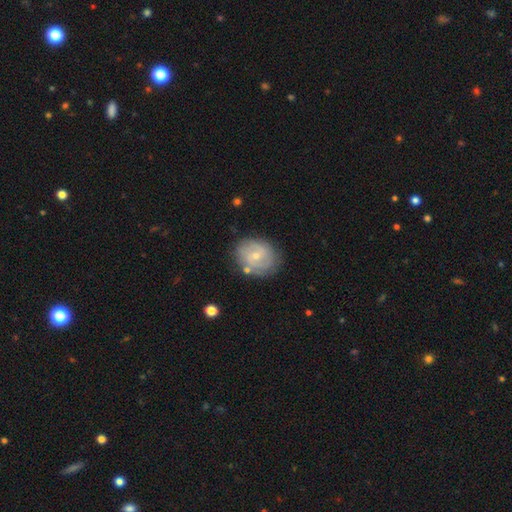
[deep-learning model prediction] Q: Smooth or featured?
A: featured or disk (68%); runner-up: smooth (25%)
Q: Edge-on disk?
A: no (97%); runner-up: yes (3%)
Q: Bar?
A: no (57%); runner-up: weak (37%)
Q: Spiral arms?
A: yes (85%); runner-up: no (15%)
Q: Spiral winding?
A: tight (56%); runner-up: medium (33%)
Q: Spiral arm count?
A: 2 (55%); runner-up: can't tell (25%)
Q: Bulge size?
A: small (65%); runner-up: moderate (32%)
Q: Merging?
A: none (75%); runner-up: minor disturbance (16%)